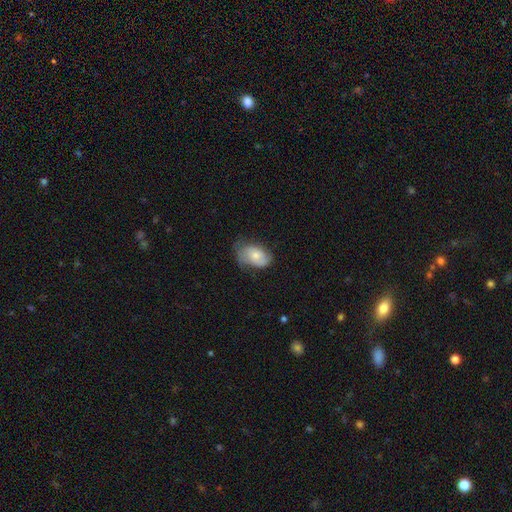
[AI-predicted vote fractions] Morphology: type=smooth (59%); roundness=in between (86%); merging=none (47%).